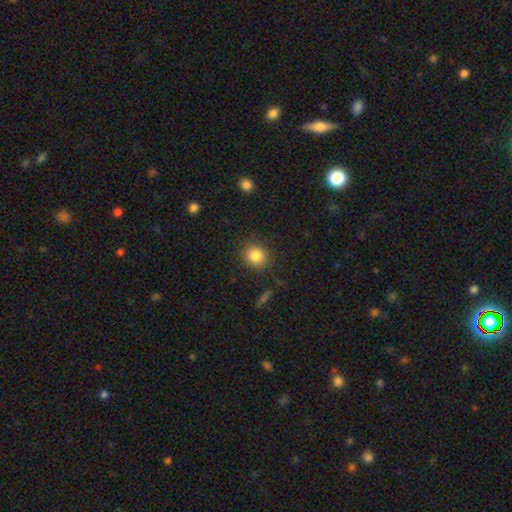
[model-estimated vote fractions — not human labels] A smooth galaxy with no disk features (83%) that is round (78%).

Vote fractions:
- Smooth or featured? smooth: 83% / star or artifact: 11% / featured or disk: 6%
- How rounded? round: 78% / in between: 21% / cigar-shaped: 1%
- Merging? none: 85% / minor disturbance: 10% / major disturbance: 3% / merger: 2%